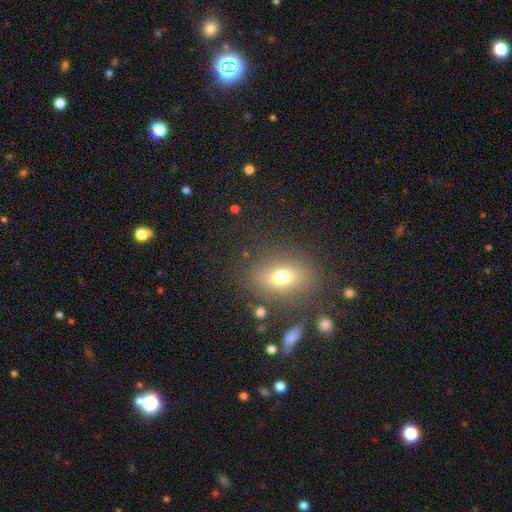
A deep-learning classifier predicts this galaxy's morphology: type=smooth (57%); roundness=in between (74%); merging=none (82%).